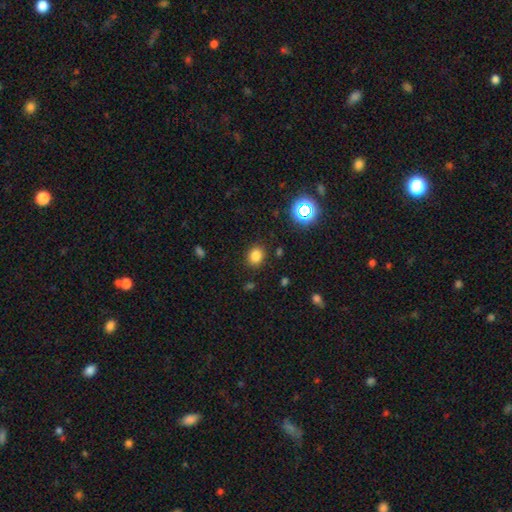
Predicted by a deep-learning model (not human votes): Smooth or featured? Predicted: smooth (p=0.80). How rounded? Predicted: round (p=0.57). Merging? Predicted: none (p=0.86).